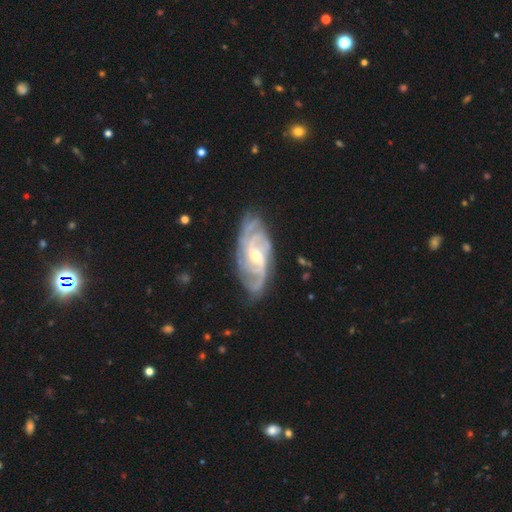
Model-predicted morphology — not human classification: Q: Smooth or featured?
A: featured or disk (91%); runner-up: smooth (5%)
Q: Edge-on disk?
A: no (95%); runner-up: yes (5%)
Q: Bar?
A: no (43%); tied with: weak (43%)
Q: Spiral arms?
A: yes (98%); runner-up: no (2%)
Q: Spiral winding?
A: tight (56%); runner-up: medium (37%)
Q: Spiral arm count?
A: 3 (31%); runner-up: 4 (21%)
Q: Bulge size?
A: small (56%); runner-up: moderate (41%)
Q: Merging?
A: none (78%); runner-up: minor disturbance (16%)